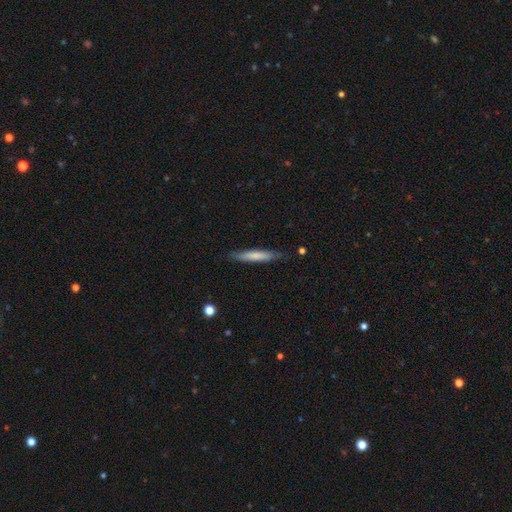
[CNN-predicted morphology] smooth 68%, featured or disk 27%, star or artifact 5%. Down the decision tree: how rounded — cigar-shaped (93%); merging — none (84%).